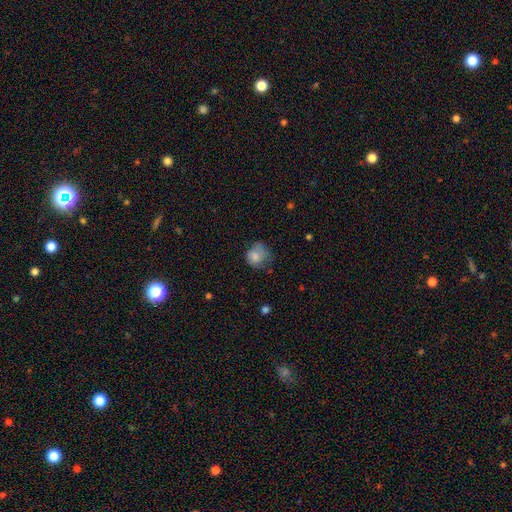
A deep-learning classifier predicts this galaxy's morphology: Smooth or featured? Predicted: smooth (p=0.77). How rounded? Predicted: round (p=0.72). Merging? Predicted: none (p=0.45).